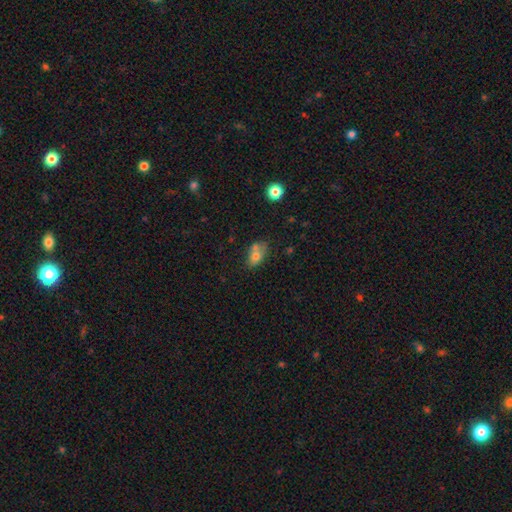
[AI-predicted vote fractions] smooth 70%, featured or disk 19%, star or artifact 11%. Down the decision tree: how rounded — in between (76%); merging — none (41%).